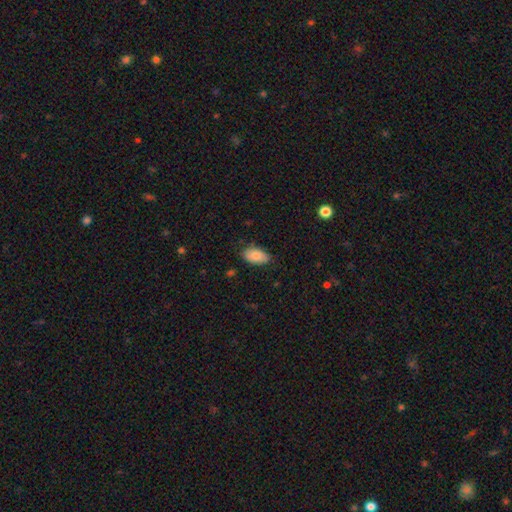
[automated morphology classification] This appears to be a smooth galaxy with no disk features (85%) that is in between round and cigar-shaped (94%). Merging: none (78%).